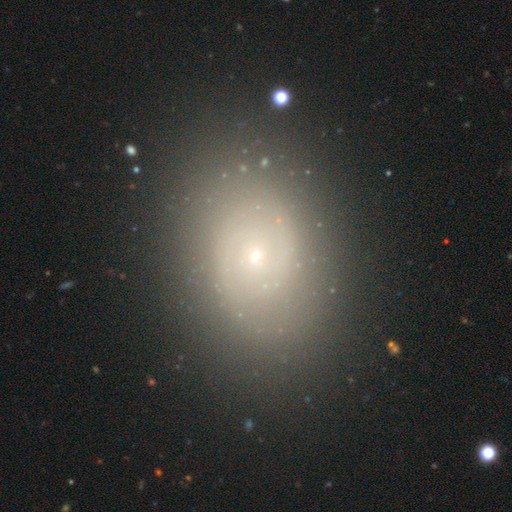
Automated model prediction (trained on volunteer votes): Smooth or featured? Predicted: featured or disk (p=0.57). Edge-on disk? Predicted: no (p=0.95). Bar? Predicted: no (p=0.82). Spiral arms? Predicted: yes (p=0.71). Bulge size? Predicted: small (p=0.83). Merging? Predicted: none (p=0.84).